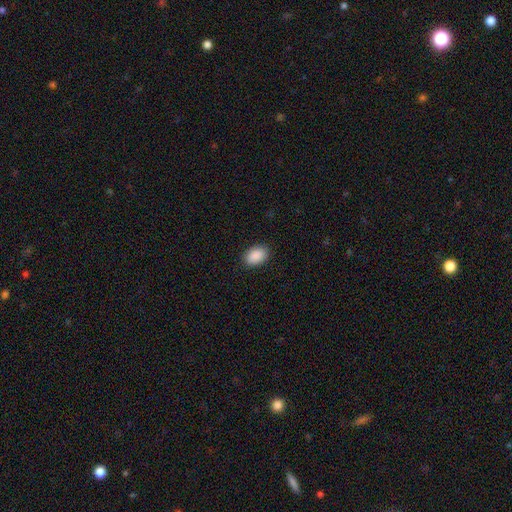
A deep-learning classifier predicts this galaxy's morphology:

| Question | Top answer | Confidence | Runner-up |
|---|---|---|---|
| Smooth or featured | smooth | 90% | star or artifact (7%) |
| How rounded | in between | 88% | round (11%) |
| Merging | none | 88% | minor disturbance (8%) |